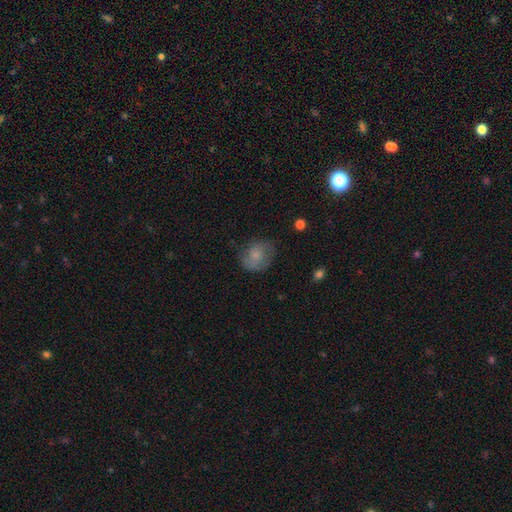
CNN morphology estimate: A smooth galaxy with no disk features (68%) that is round (58%). Merging: none (63%).